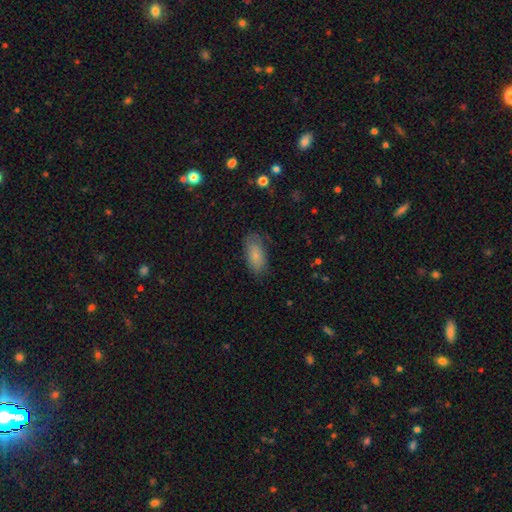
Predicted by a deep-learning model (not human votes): smooth-or-featured: smooth: 78% | featured or disk: 15% | star or artifact: 7%
  how-rounded: in between: 90% | cigar-shaped: 6% | round: 3%
  merging: none: 64% | minor disturbance: 25% | major disturbance: 9% | merger: 2%